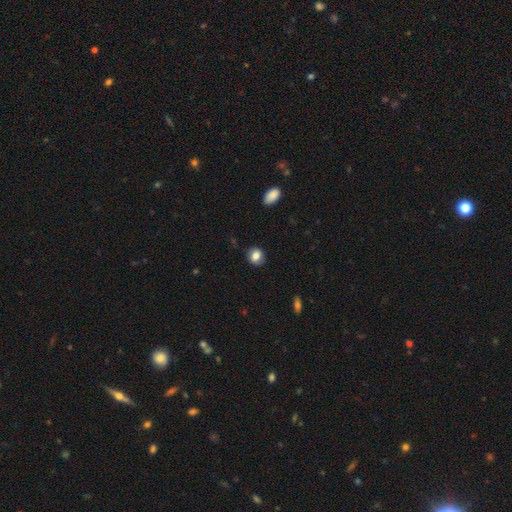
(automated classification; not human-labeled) Smooth or featured? Predicted: smooth (p=0.83). How rounded? Predicted: round (p=0.70). Merging? Predicted: none (p=0.85).